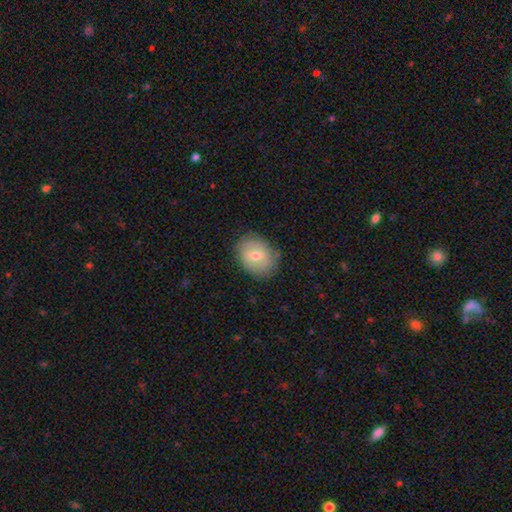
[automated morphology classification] Smooth or featured: smooth — 60% (featured or disk — 33%)
How rounded: in between — 63% (round — 36%)
Merging: none — 82% (minor disturbance — 14%)